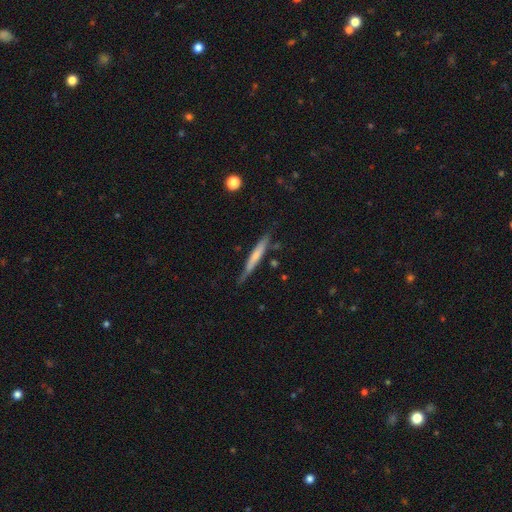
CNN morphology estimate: This is possibly a smooth galaxy (51%). How rounded: clearly cigar-shaped (95%). Merging: likely none (76%).